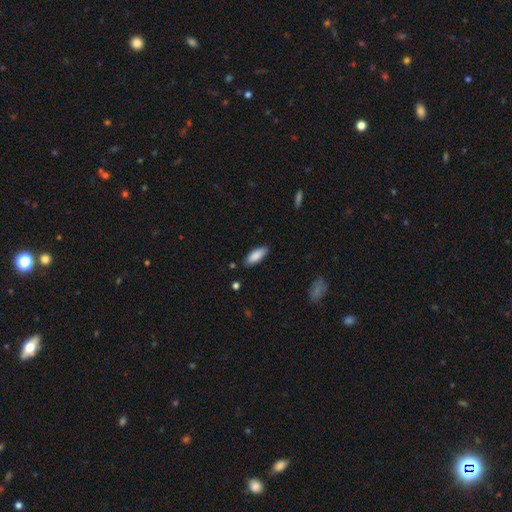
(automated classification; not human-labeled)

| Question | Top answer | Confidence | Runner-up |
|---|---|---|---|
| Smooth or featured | smooth | 87% | featured or disk (7%) |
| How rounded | in between | 79% | cigar-shaped (20%) |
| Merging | none | 83% | minor disturbance (13%) |